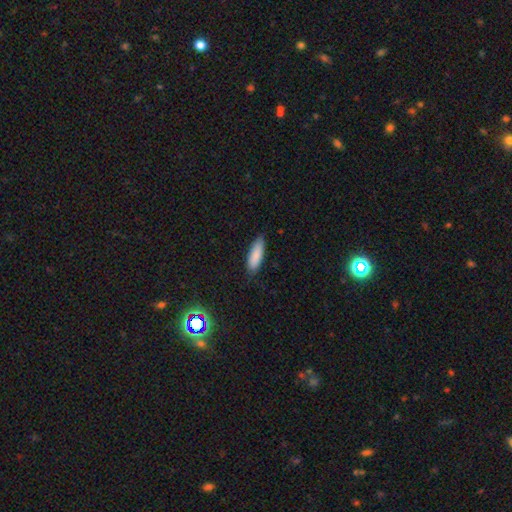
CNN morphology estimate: smooth_or_featured: smooth (p=0.87) [alt: featured or disk p=0.07]
how_rounded: in between (p=0.56) [alt: cigar-shaped p=0.43]
merging: none (p=0.81) [alt: minor disturbance p=0.15]